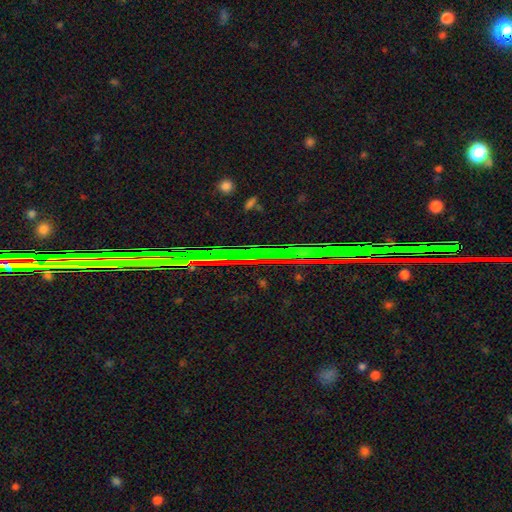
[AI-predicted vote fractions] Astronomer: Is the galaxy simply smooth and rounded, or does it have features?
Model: star or artifact — 83%.